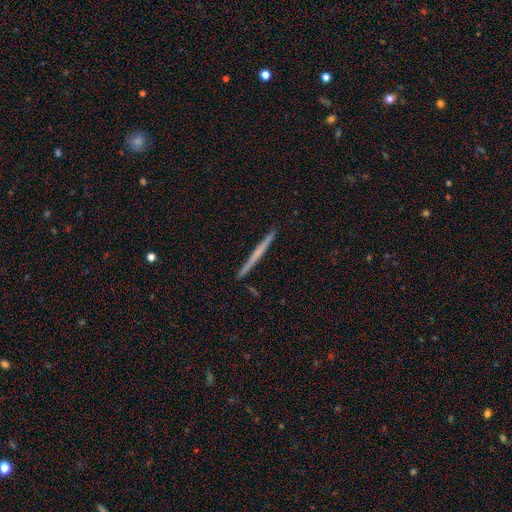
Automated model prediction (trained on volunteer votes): featured or disk 52%, smooth 43%, star or artifact 6%. Down the decision tree: edge-on disk — yes (98%); edge-on bulge — none (85%); merging — none (92%).